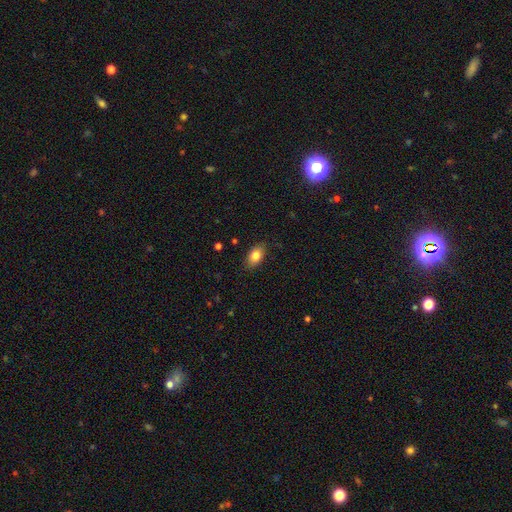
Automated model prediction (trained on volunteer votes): smooth 81%, featured or disk 11%, star or artifact 8%. Down the decision tree: how rounded — in between (87%); merging — none (86%).